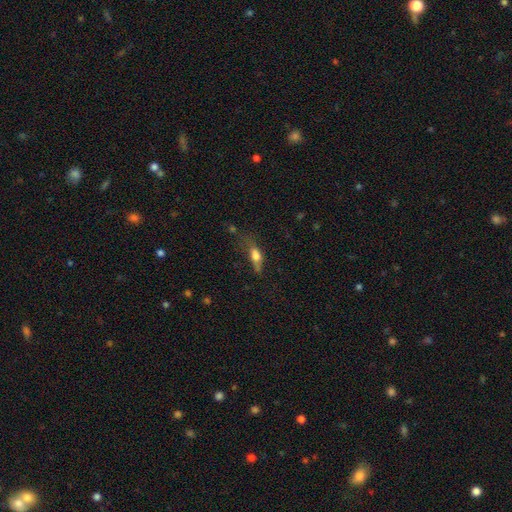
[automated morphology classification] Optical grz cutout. It shows a smooth galaxy with no disk features (65%) that is in between round and cigar-shaped (62%). Merging: major disturbance (35%).